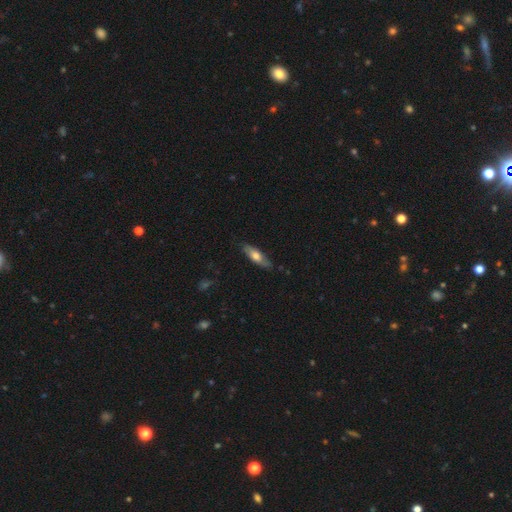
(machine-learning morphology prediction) This appears to be a smooth galaxy with no disk features (58%) that is cigar-shaped (51%). Merging: none (79%).